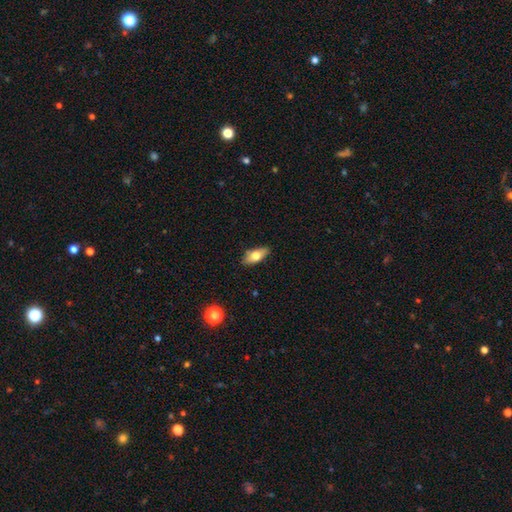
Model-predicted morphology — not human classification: Smooth or featured? smooth (68%)
How rounded? in between (79%)
Merging? none (84%)